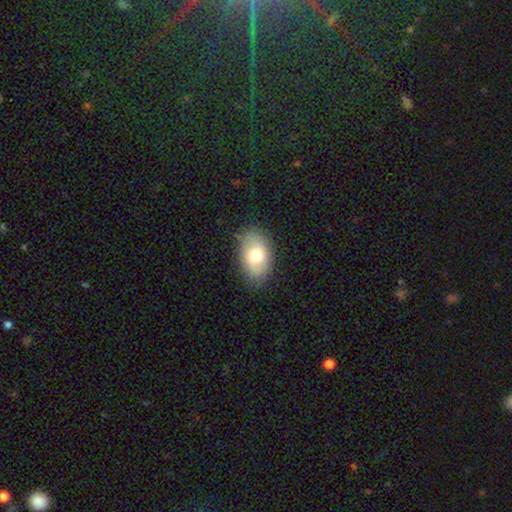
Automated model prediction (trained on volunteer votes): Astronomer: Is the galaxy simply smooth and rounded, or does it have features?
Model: smooth — 68%.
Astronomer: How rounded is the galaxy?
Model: in between — 88%.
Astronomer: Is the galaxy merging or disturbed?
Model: none — 81%.